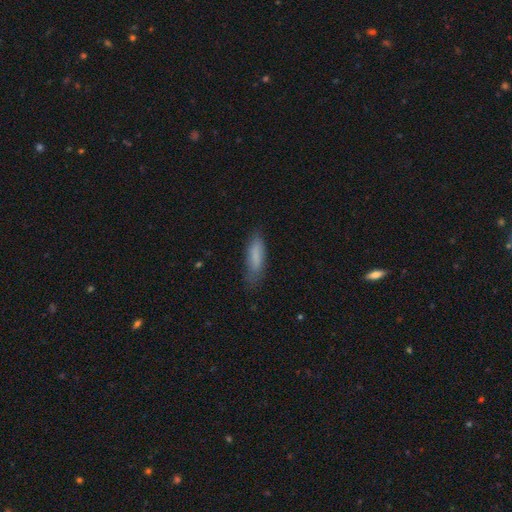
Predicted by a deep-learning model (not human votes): smooth-or-featured: smooth: 80% | featured or disk: 13% | star or artifact: 7%
  how-rounded: cigar-shaped: 54% | in between: 45% | round: 2%
  merging: none: 70% | minor disturbance: 22% | major disturbance: 6% | merger: 2%